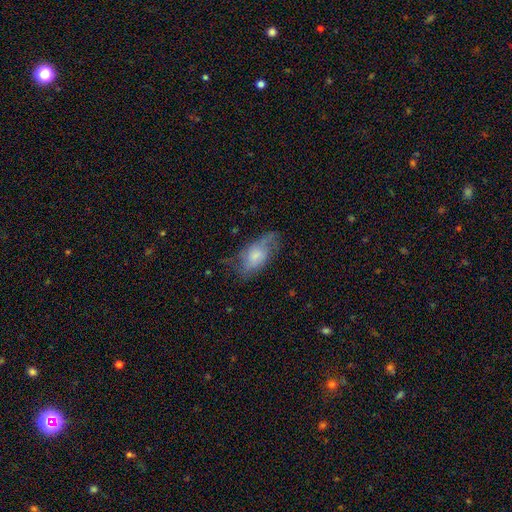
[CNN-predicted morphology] Smooth or featured? smooth (48%)
Merging? none (47%)